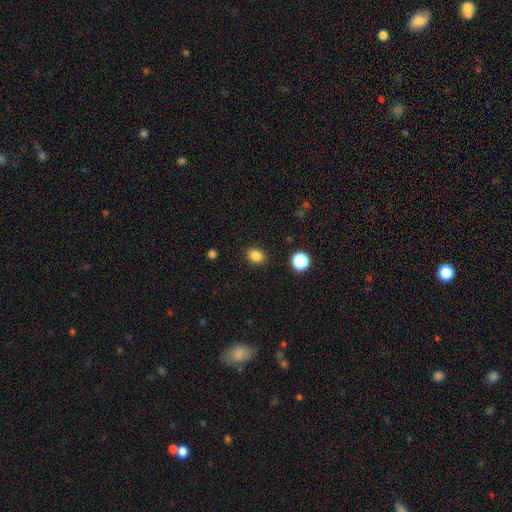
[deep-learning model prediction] Smooth or featured? smooth (85%)
How rounded? in between (60%)
Merging? none (88%)